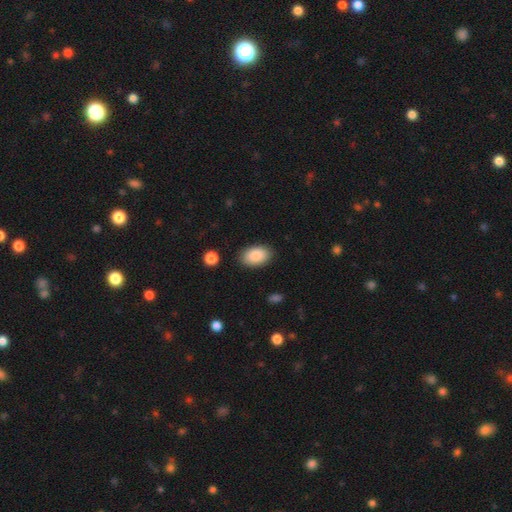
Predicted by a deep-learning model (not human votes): smooth-or-featured: smooth: 87% | star or artifact: 7% | featured or disk: 6%
  how-rounded: in between: 92% | round: 6% | cigar-shaped: 1%
  merging: none: 87% | minor disturbance: 9% | major disturbance: 2% | merger: 1%